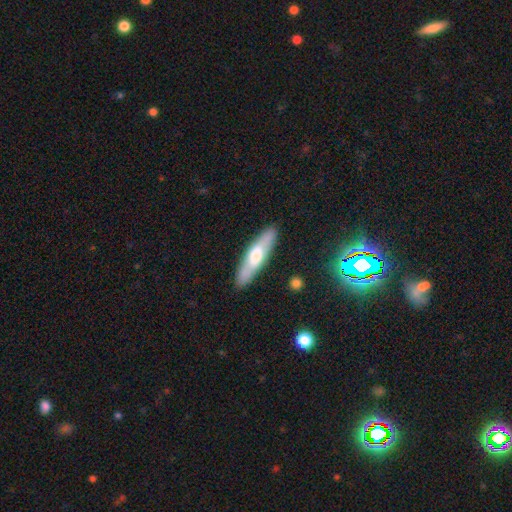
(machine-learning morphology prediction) The model was most divided on "smooth or featured": smooth: 53%, featured or disk: 42%, star or artifact: 6%. More confident: merging — none (88%); how rounded — cigar-shaped (74%).